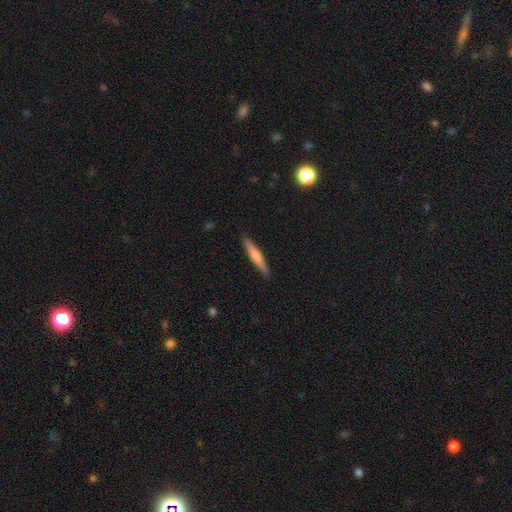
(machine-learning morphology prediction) type=smooth (58%); roundness=cigar-shaped (92%); merging=none (90%).